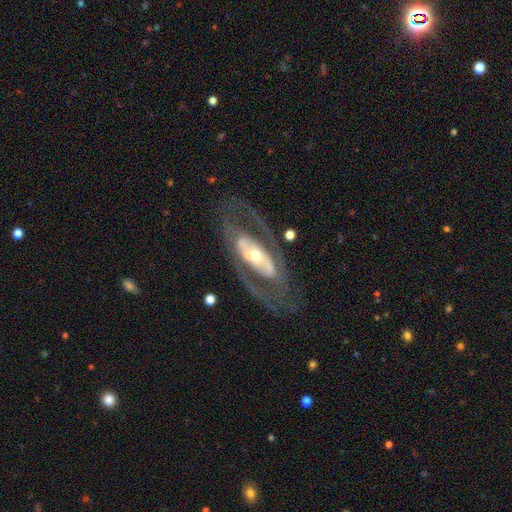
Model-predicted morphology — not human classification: This is clearly a featured or disk galaxy (81%). It is clearly not viewed edge-on (88%). Bar: possibly no (50%). Spiral arm pattern: likely yes (61%). Central bulge: possibly moderate (48%). Merging: likely none (66%).